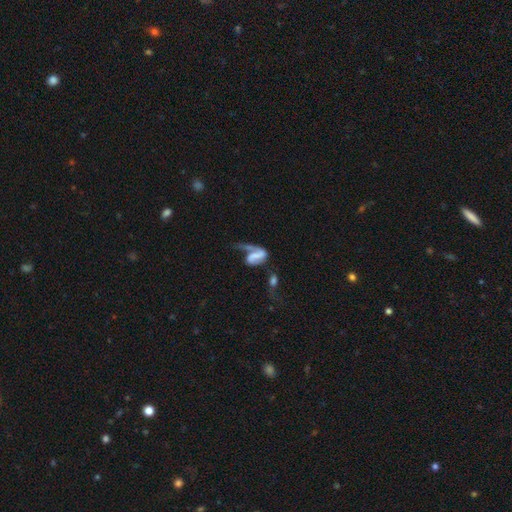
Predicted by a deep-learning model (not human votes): Smooth or featured?
  - featured or disk: 67% *
  - smooth: 25%
  - star or artifact: 8%
Edge-on disk?
  - no: 96% *
  - yes: 4%
Bar?
  - strong: 40% *
  - weak: 32%
  - no: 28%
Spiral arms?
  - yes: 81% *
  - no: 19%
Spiral winding?
  - loose: 60% *
  - medium: 27%
  - tight: 13%
Spiral arm count?
  - 2: 47% * (tied)
  - 1: 47% * (tied)
  - can't tell: 5%
  - 3: 1%
  - 4: 1%
  - more than 4: 1%
Bulge size?
  - none: 55% *
  - small: 24%
  - moderate: 12%
  - large: 6%
  - dominant: 3%
Merging?
  - major disturbance: 44% *
  - none: 23%
  - merger: 17%
  - minor disturbance: 16%